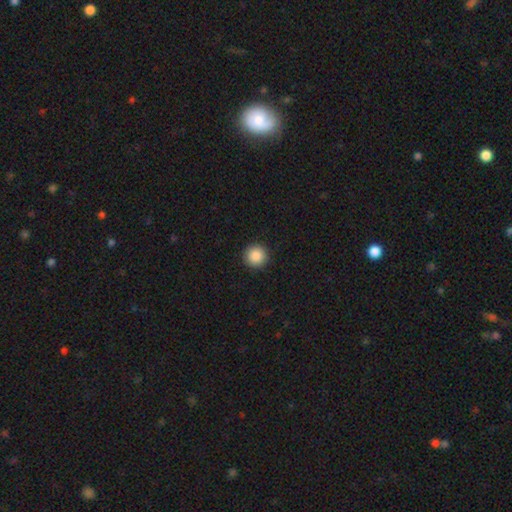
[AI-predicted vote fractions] smooth 87%, star or artifact 9%, featured or disk 4%. Down the decision tree: how rounded — round (96%); merging — none (93%).